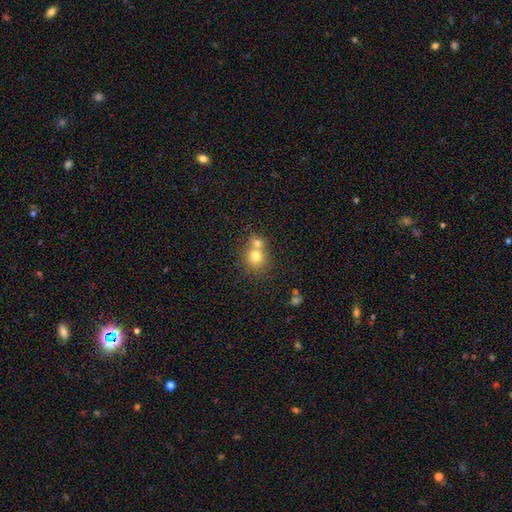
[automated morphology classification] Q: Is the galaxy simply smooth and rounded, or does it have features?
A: smooth — 74%.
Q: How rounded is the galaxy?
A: round — 81%.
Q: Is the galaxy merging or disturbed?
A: merger — 51%.